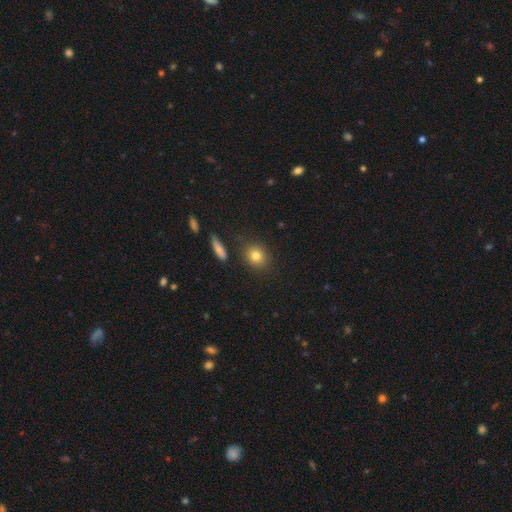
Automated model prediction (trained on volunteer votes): This appears to be a smooth galaxy with no disk features (80%) that is round (70%). Merging: none (84%).